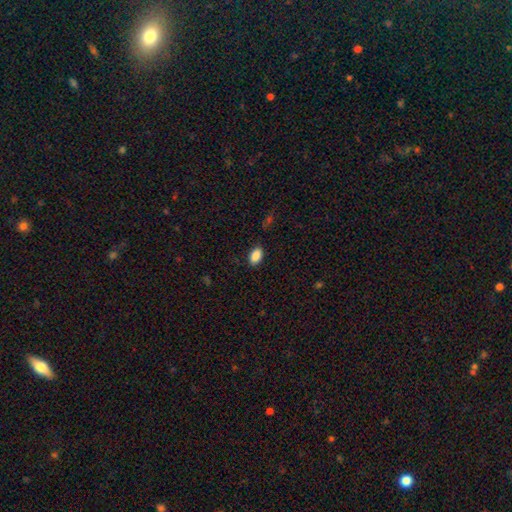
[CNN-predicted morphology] Smooth or featured? Predicted: smooth (p=0.88). How rounded? Predicted: in between (p=0.91). Merging? Predicted: none (p=0.86).